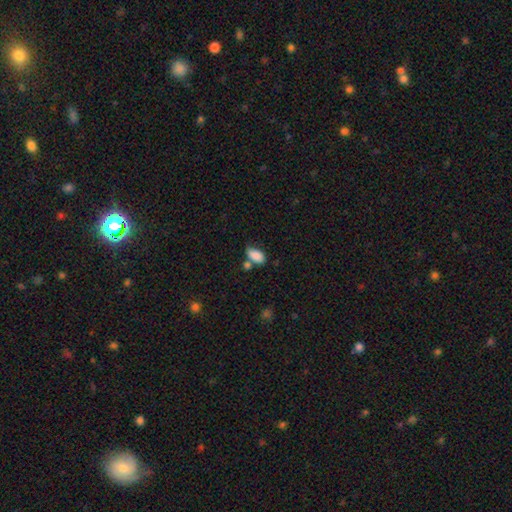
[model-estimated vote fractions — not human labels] smooth 85%, star or artifact 8%, featured or disk 7%. Down the decision tree: how rounded — in between (93%); merging — none (48%).